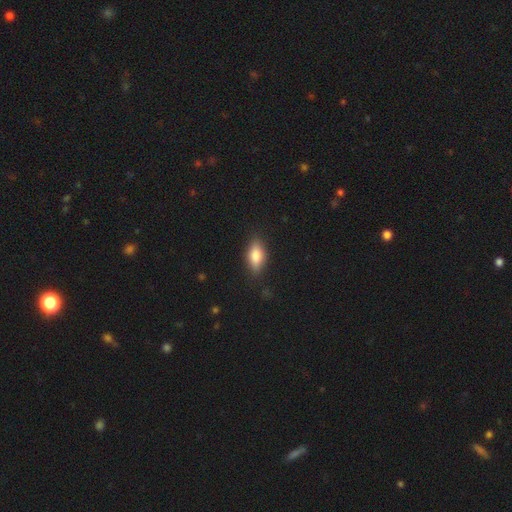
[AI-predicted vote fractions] The model was most divided on "smooth or featured": smooth: 73%, featured or disk: 19%, star or artifact: 8%. More confident: how rounded — in between (82%); merging — none (81%).